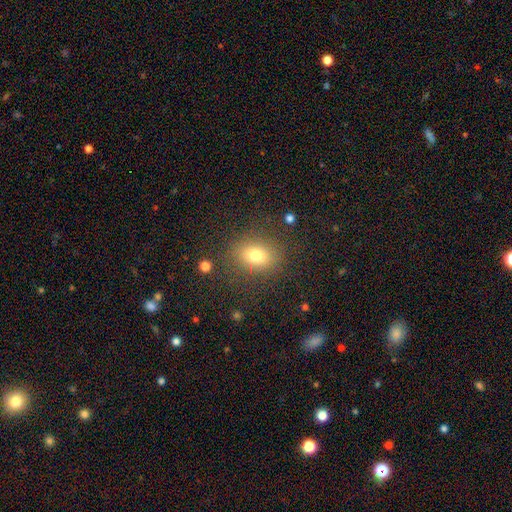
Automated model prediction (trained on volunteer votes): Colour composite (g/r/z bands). It shows a smooth galaxy with no disk features (75%) that is in between round and cigar-shaped (54%). Merging: none (82%).